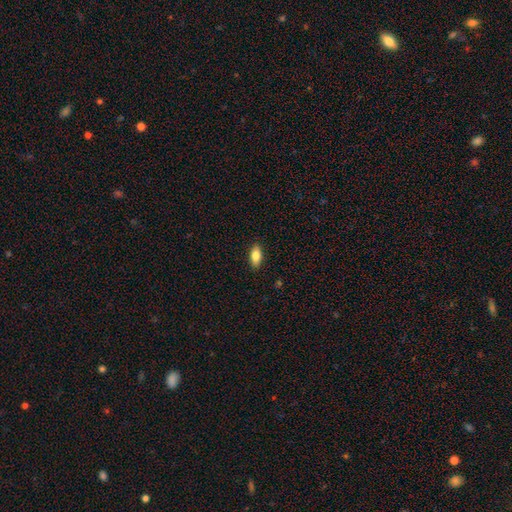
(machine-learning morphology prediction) type=smooth (79%); roundness=in between (86%); merging=none (89%).